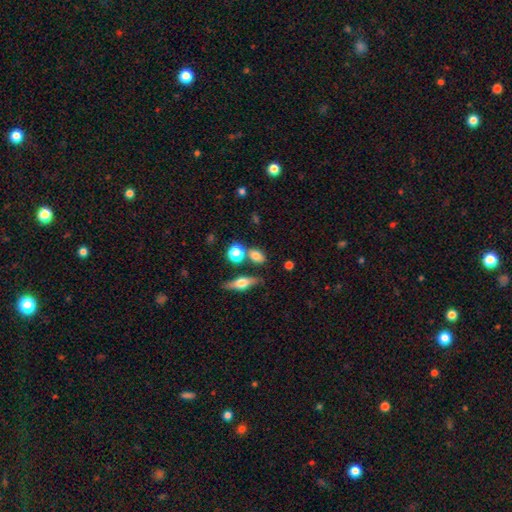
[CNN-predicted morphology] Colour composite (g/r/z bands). It shows a smooth galaxy with no disk features (74%) that is in between round and cigar-shaped (66%). Merging: none (68%).